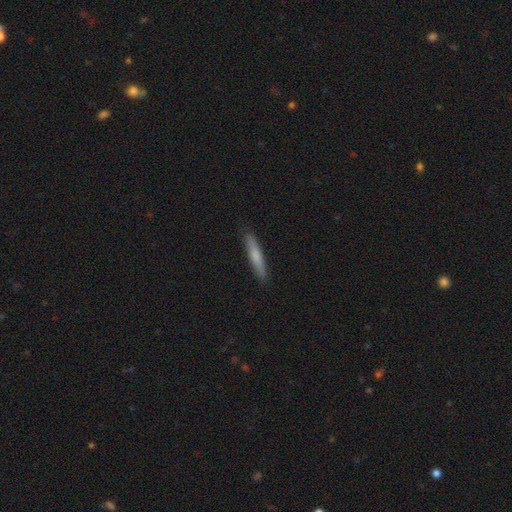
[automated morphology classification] smooth_or_featured: smooth (p=0.70) [alt: featured or disk p=0.24]
how_rounded: cigar-shaped (p=0.92) [alt: in between p=0.06]
merging: none (p=0.90) [alt: minor disturbance p=0.07]